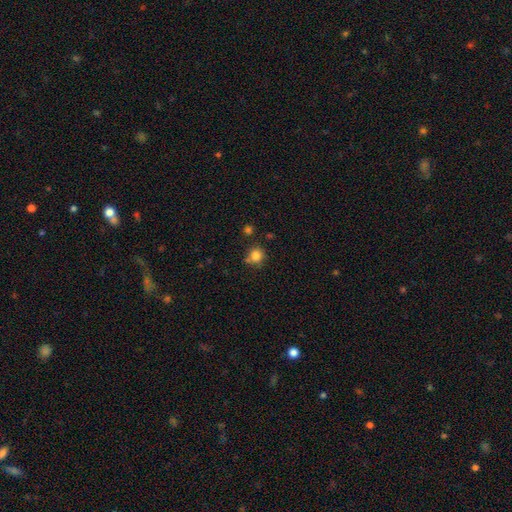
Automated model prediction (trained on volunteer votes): Smooth or featured: smooth — 82% (star or artifact — 12%)
How rounded: round — 87% (in between — 12%)
Merging: none — 70% (minor disturbance — 15%)